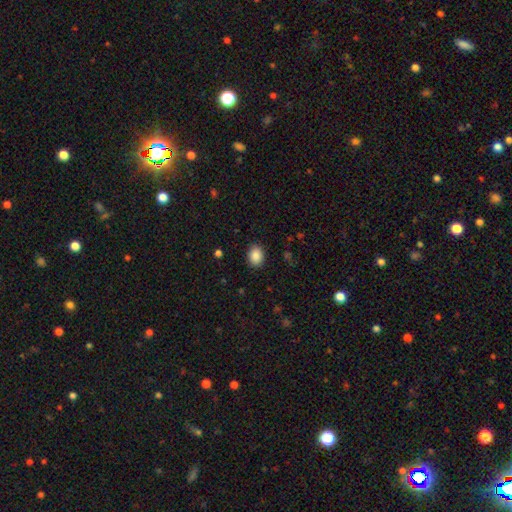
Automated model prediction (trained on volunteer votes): Morphology: type=smooth (89%); roundness=in between (62%); merging=none (89%).